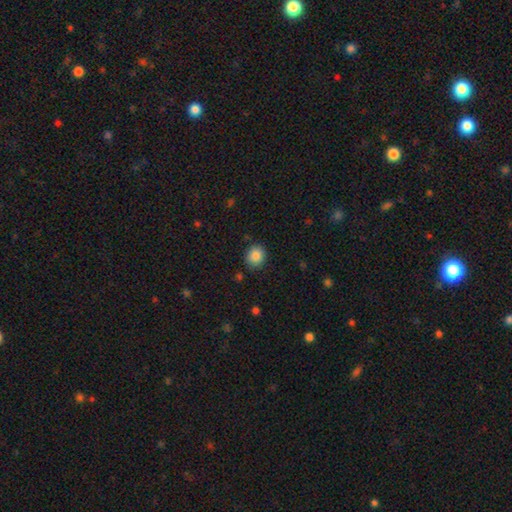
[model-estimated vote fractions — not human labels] smooth-or-featured: smooth: 86% | star or artifact: 9% | featured or disk: 5%
  how-rounded: round: 74% | in between: 25% | cigar-shaped: 1%
  merging: none: 85% | minor disturbance: 10% | major disturbance: 3% | merger: 2%